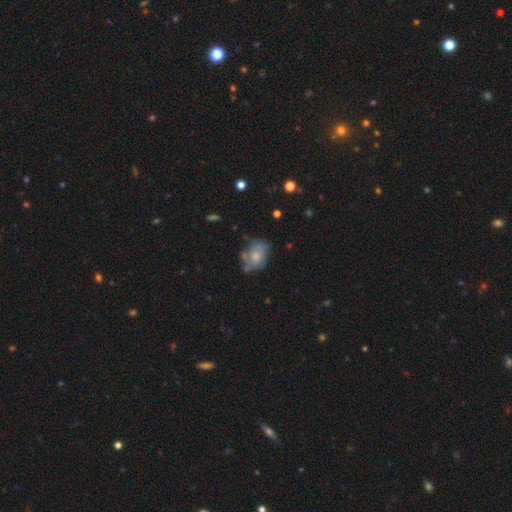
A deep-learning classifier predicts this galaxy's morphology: Smooth or featured? smooth (56%)
How rounded? in between (73%)
Merging? none (45%)